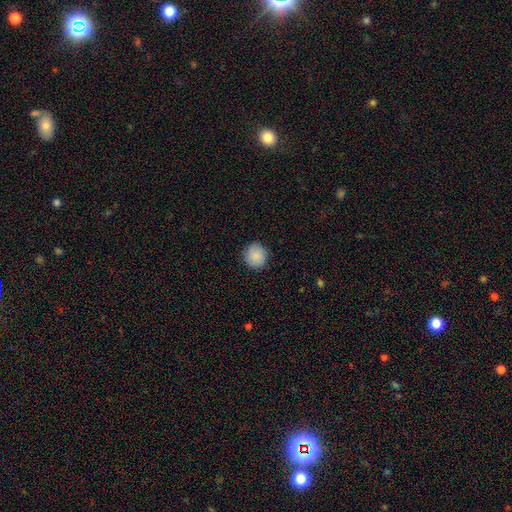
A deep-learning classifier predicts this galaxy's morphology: smooth-or-featured: smooth: 87% | star or artifact: 7% | featured or disk: 6%
  how-rounded: round: 93% | in between: 6% | cigar-shaped: 1%
  merging: none: 88% | minor disturbance: 9% | major disturbance: 2% | merger: 1%